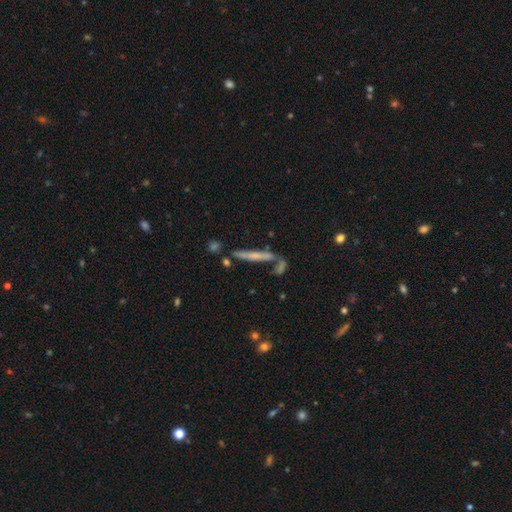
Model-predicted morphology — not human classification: Smooth or featured?
  - featured or disk: 49% *
  - smooth: 41%
  - star or artifact: 10%
Merging?
  - none: 64% *
  - merger: 16%
  - minor disturbance: 14%
  - major disturbance: 6%